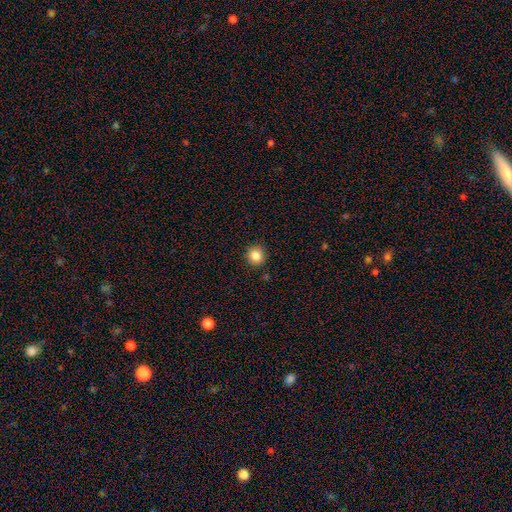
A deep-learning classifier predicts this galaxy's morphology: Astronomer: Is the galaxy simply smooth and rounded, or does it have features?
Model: smooth — 84%.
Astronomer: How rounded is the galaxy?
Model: round — 90%.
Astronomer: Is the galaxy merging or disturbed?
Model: none — 90%.